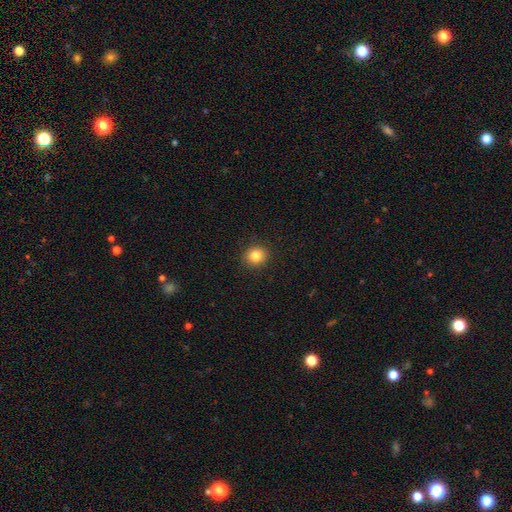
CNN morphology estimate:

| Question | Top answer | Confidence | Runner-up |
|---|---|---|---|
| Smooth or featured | smooth | 82% | star or artifact (11%) |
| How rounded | round | 85% | in between (14%) |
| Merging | none | 91% | minor disturbance (6%) |